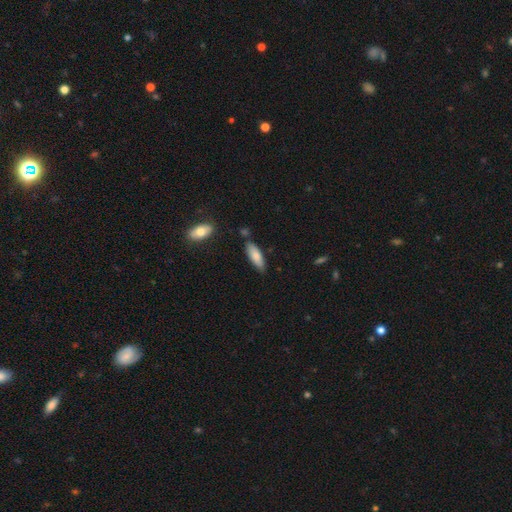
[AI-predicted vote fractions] smooth_or_featured: smooth (p=0.81) [alt: featured or disk p=0.13]
how_rounded: in between (p=0.58) [alt: cigar-shaped p=0.40]
merging: none (p=0.75) [alt: minor disturbance p=0.16]